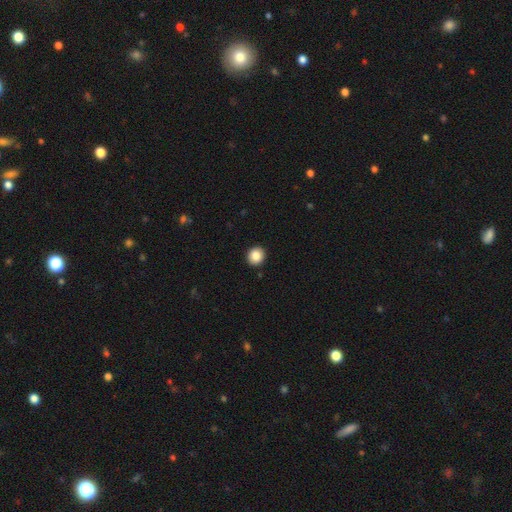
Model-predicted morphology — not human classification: Smooth or featured? Predicted: smooth (p=0.86). How rounded? Predicted: round (p=0.88). Merging? Predicted: none (p=0.93).